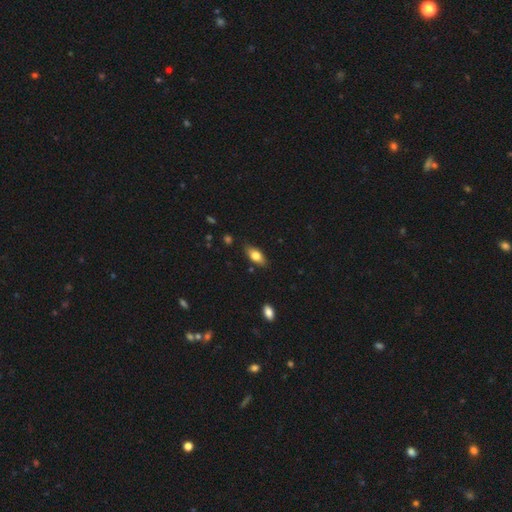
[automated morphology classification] This appears to be a smooth galaxy with no disk features (74%) that is in between round and cigar-shaped (83%). Merging: none (81%).